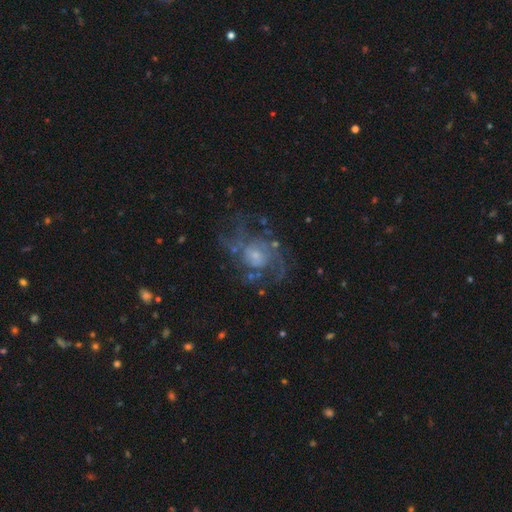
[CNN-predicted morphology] Smooth or featured: featured or disk — 79% (smooth — 12%)
Edge-on disk: no — 97% (yes — 3%)
Bar: no — 68% (weak — 28%)
Spiral arms: yes — 86% (no — 14%)
Spiral winding: medium — 47% (loose — 30%)
Spiral arm count: 2 — 41% (can't tell — 27%)
Bulge size: small — 54% (moderate — 32%)
Merging: none — 57% (major disturbance — 23%)